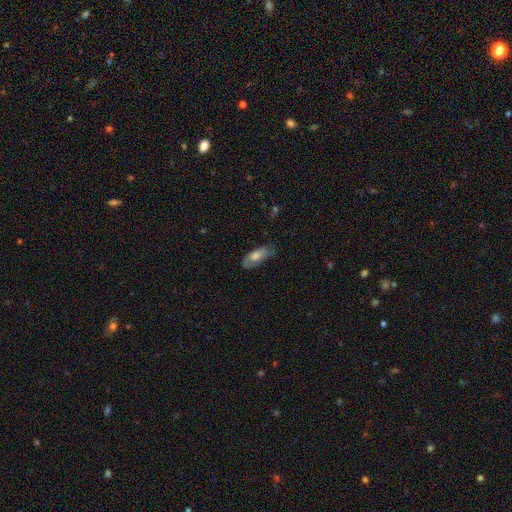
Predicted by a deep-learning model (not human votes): smooth_or_featured: smooth (p=0.56) [alt: featured or disk p=0.37]
how_rounded: in between (p=0.78) [alt: cigar-shaped p=0.19]
merging: none (p=0.68) [alt: minor disturbance p=0.24]